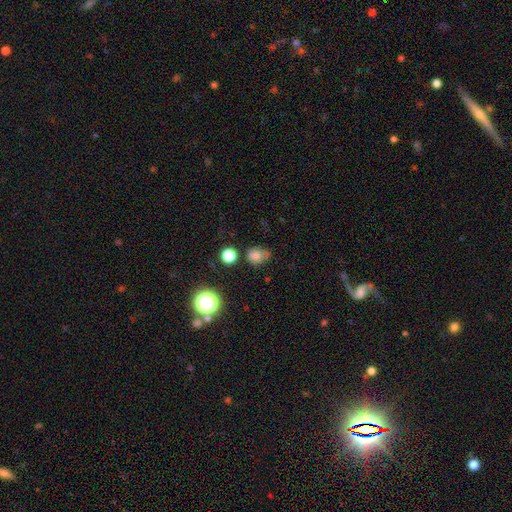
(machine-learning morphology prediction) Smooth or featured?
  - smooth: 75% *
  - star or artifact: 15%
  - featured or disk: 10%
How rounded?
  - round: 61% *
  - in between: 37%
  - cigar-shaped: 1%
Merging?
  - none: 54% *
  - minor disturbance: 30%
  - major disturbance: 9%
  - merger: 7%